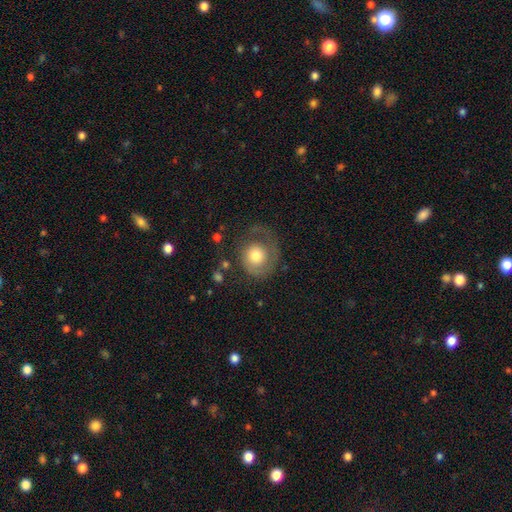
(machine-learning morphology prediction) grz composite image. It shows a featured or disk galaxy (47%). Merging: none (49%).